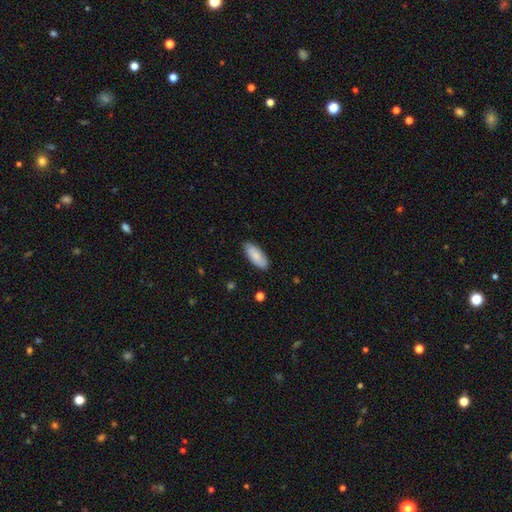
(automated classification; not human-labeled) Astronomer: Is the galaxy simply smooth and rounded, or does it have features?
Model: smooth — 82%.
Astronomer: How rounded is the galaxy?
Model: in between — 85%.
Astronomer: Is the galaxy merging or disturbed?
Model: none — 84%.